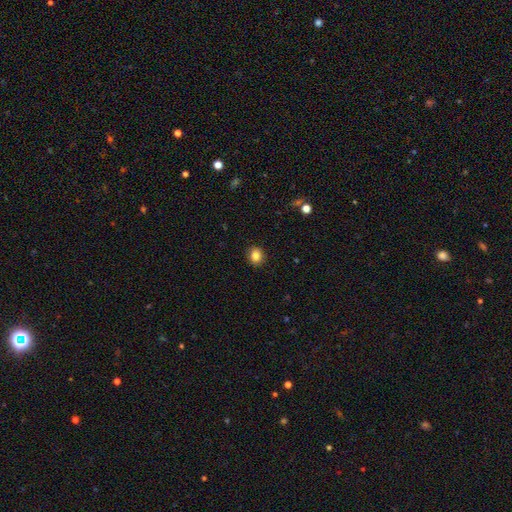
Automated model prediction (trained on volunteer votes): smooth 85%, star or artifact 10%, featured or disk 5%. Down the decision tree: how rounded — round (71%); merging — none (91%).